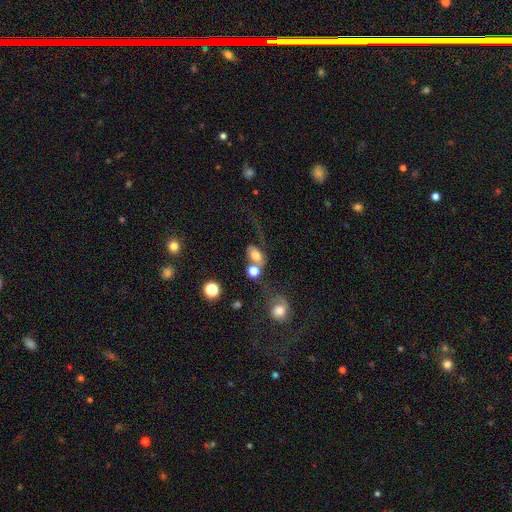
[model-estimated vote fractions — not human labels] This appears to be a smooth galaxy with no disk features (63%) that is in between round and cigar-shaped (76%). Merging: merger (38%).